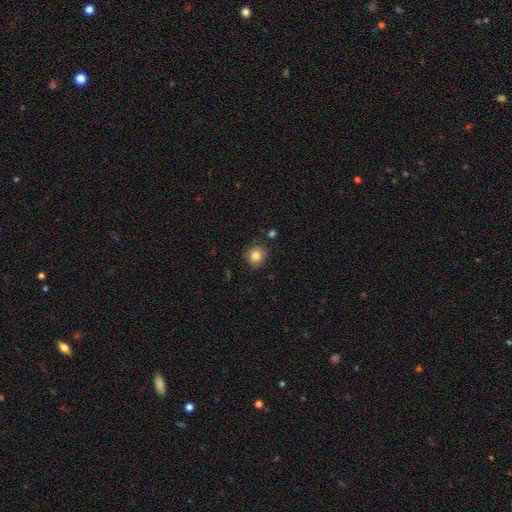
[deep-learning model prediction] The model was most divided on "smooth or featured": smooth: 84%, star or artifact: 10%, featured or disk: 6%. More confident: how rounded — round (87%); merging — none (85%).